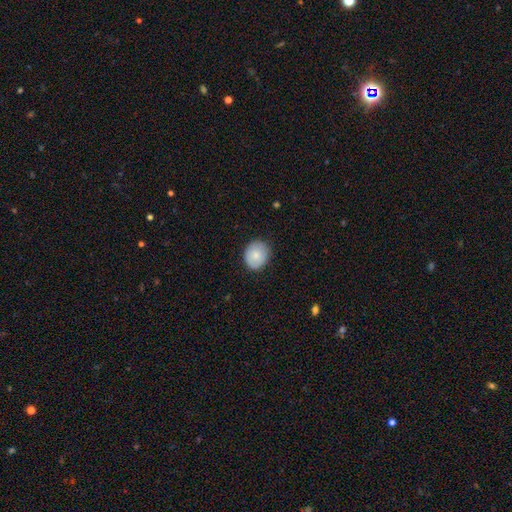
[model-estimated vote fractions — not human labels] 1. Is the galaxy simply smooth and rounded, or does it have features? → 79% smooth, 15% featured or disk, 7% star or artifact.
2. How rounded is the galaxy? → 69% round, 31% in between, 1% cigar-shaped.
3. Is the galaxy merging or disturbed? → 83% none, 13% minor disturbance, 3% major disturbance, 1% merger.